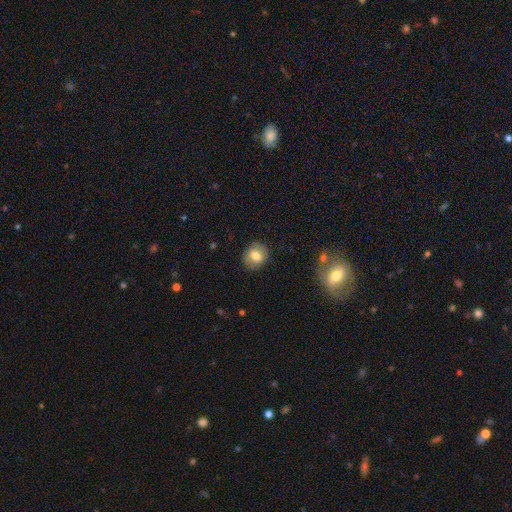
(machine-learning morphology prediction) This is likely a smooth galaxy (75%). How rounded: likely round (77%). Merging: clearly none (86%).